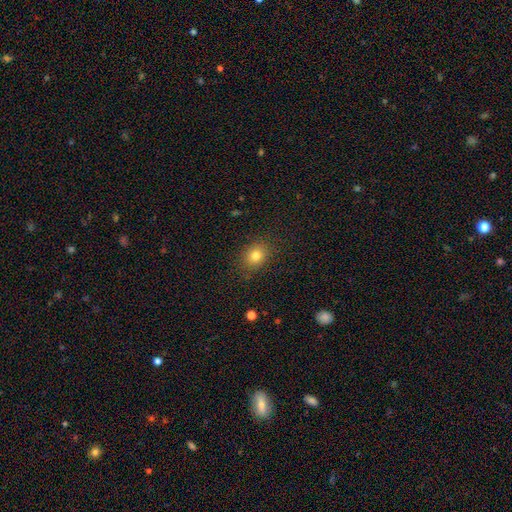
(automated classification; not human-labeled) smooth_or_featured: smooth (p=0.80) [alt: star or artifact p=0.12]
how_rounded: round (p=0.51) [alt: in between p=0.48]
merging: none (p=0.86) [alt: minor disturbance p=0.10]